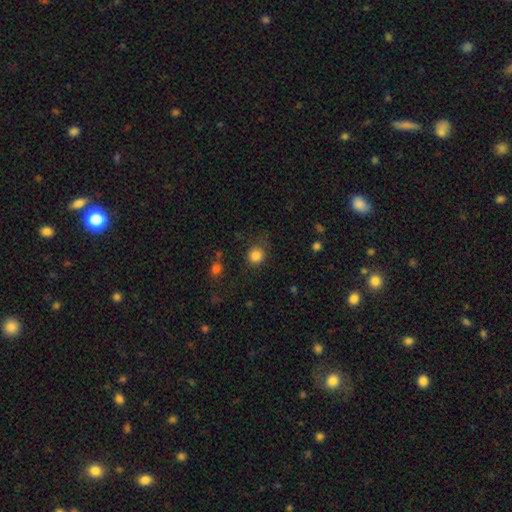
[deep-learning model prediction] Q: Smooth or featured?
A: smooth (84%); runner-up: star or artifact (11%)
Q: How rounded?
A: round (88%); runner-up: in between (11%)
Q: Merging?
A: none (77%); runner-up: minor disturbance (15%)